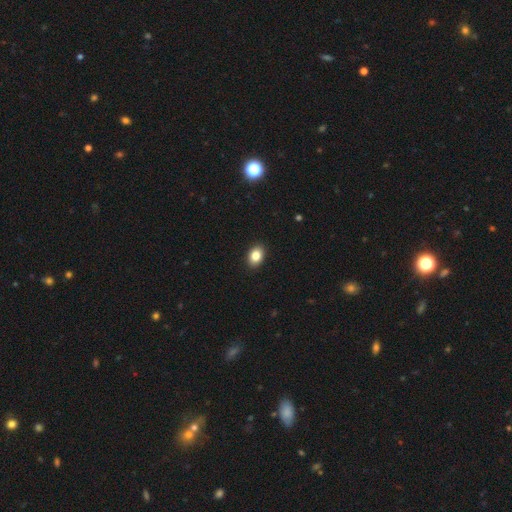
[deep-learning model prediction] Q: Smooth or featured?
A: smooth (84%); runner-up: star or artifact (9%)
Q: How rounded?
A: in between (77%); runner-up: round (22%)
Q: Merging?
A: none (90%); runner-up: minor disturbance (7%)